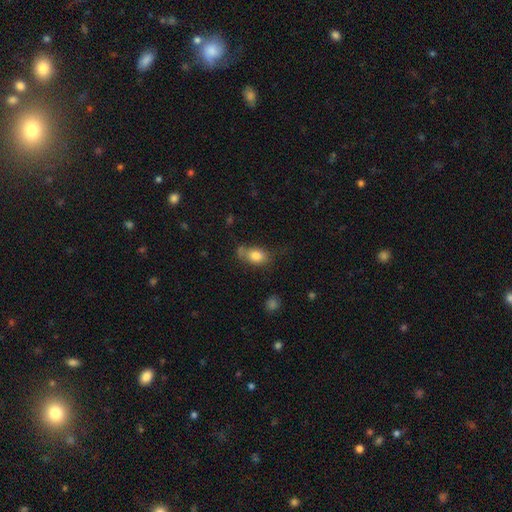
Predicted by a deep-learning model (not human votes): This is likely a smooth galaxy (80%). How rounded: likely in between (79%). Merging: possibly none (47%).